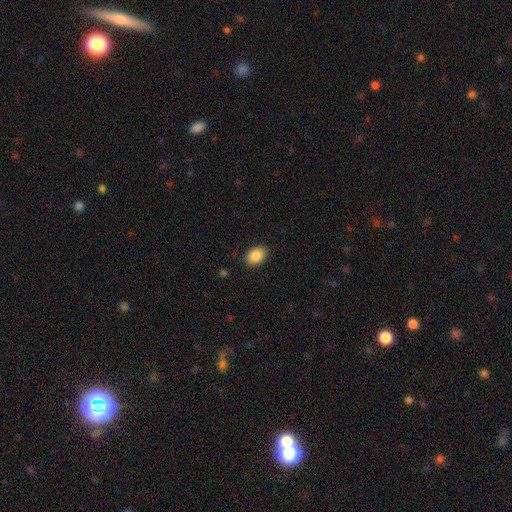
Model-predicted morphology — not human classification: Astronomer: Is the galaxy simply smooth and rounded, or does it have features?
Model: smooth — 87%.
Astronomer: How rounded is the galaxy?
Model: in between — 79%.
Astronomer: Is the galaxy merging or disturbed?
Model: none — 89%.